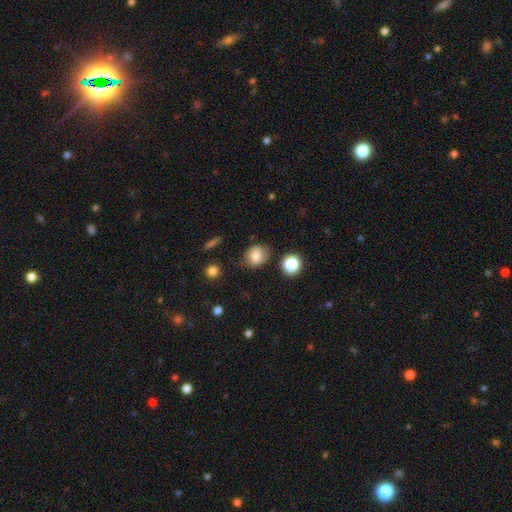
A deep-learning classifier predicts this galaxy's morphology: The model was most divided on "how rounded": in between: 51%, round: 47%, cigar-shaped: 1%. More confident: smooth or featured — smooth (71%); merging — none (68%).